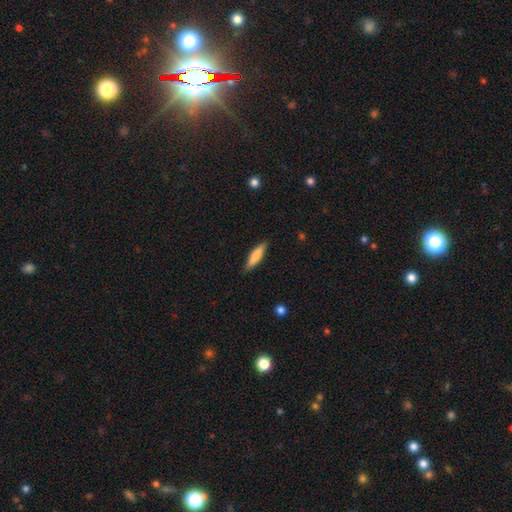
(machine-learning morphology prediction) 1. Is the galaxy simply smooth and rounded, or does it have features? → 73% smooth, 21% featured or disk, 5% star or artifact.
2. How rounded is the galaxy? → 74% cigar-shaped, 24% in between, 2% round.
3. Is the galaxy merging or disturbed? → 86% none, 11% minor disturbance, 2% major disturbance, 1% merger.